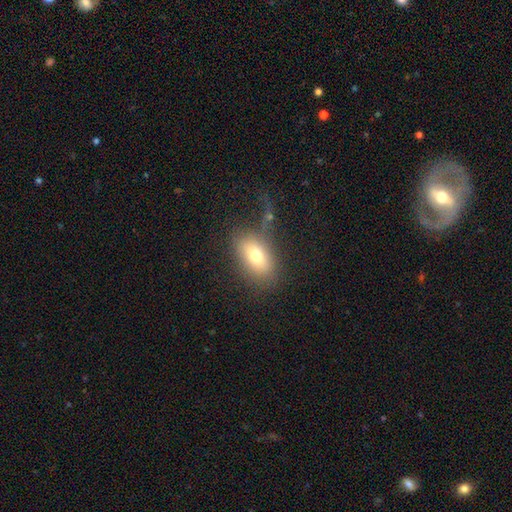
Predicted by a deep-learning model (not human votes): A smooth galaxy with no disk features (72%) that is in between round and cigar-shaped (85%).

Vote fractions:
- Smooth or featured? smooth: 72% / featured or disk: 18% / star or artifact: 10%
- How rounded? in between: 85% / round: 12% / cigar-shaped: 3%
- Merging? none: 56% / major disturbance: 20% / minor disturbance: 18% / merger: 6%